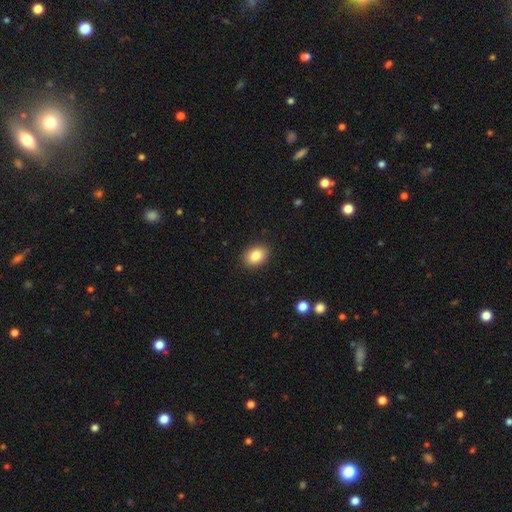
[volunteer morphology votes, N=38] Volunteers were most divided on "how rounded": in between: 79%, round: 21%, cigar-shaped: 0%. More confident: merging — none (89%); smooth or featured — smooth (87%).